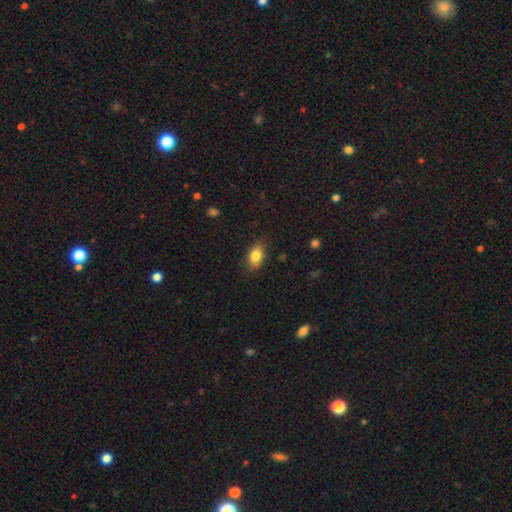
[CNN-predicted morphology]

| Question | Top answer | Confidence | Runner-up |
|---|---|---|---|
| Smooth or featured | smooth | 83% | featured or disk (9%) |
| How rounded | in between | 85% | round (12%) |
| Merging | none | 81% | minor disturbance (14%) |